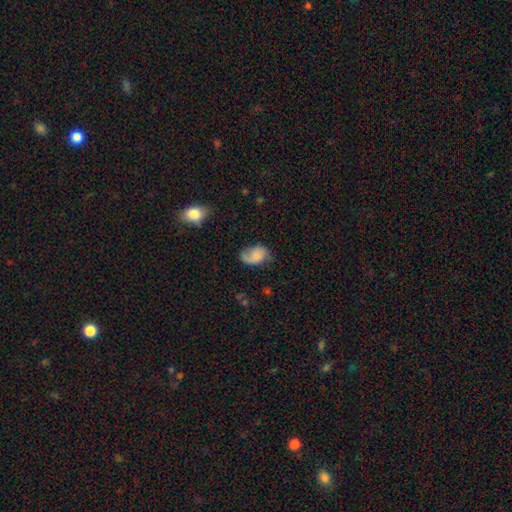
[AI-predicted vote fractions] This appears to be a smooth galaxy with no disk features (58%) that is in between round and cigar-shaped (84%). Merging: none (49%).